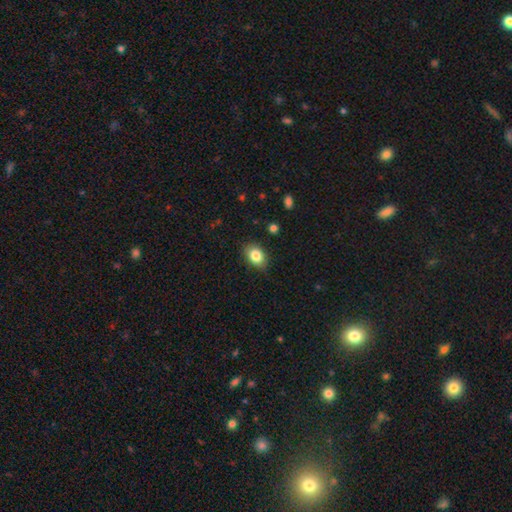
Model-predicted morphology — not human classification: This is clearly a smooth galaxy (83%). How rounded: likely in between (77%). Merging: clearly none (82%).